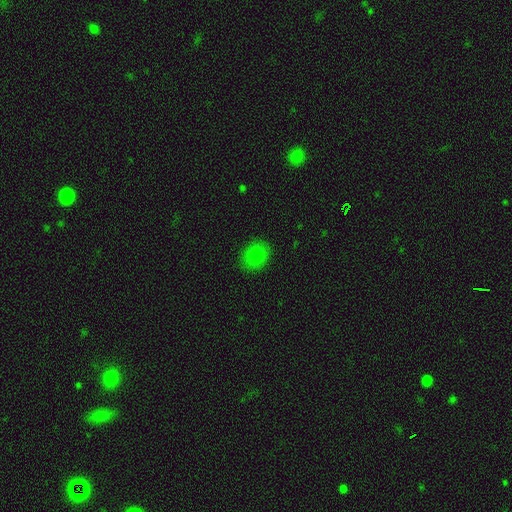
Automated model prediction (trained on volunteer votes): A smooth galaxy with no disk features (79%) that is round (62%). Merging: none (87%).